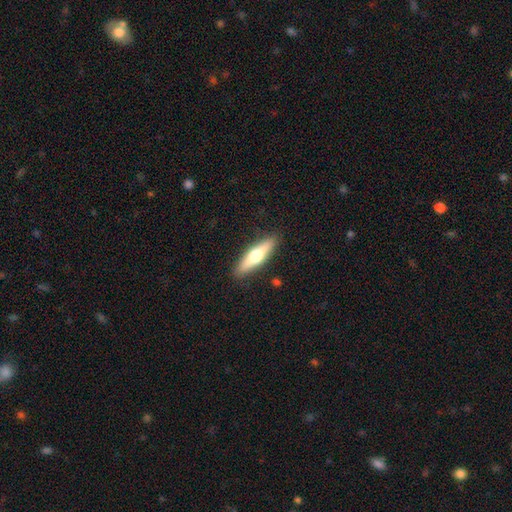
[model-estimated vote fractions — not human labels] Morphology: type=smooth (51%); roundness=cigar-shaped (67%); merging=none (89%).